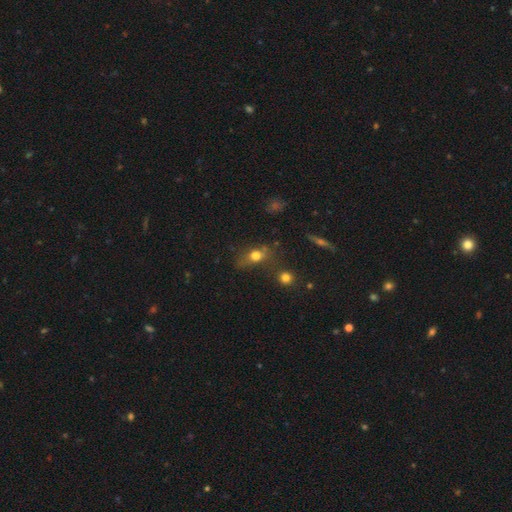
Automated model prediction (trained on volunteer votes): Smooth or featured?
  - smooth: 68% *
  - featured or disk: 16%
  - star or artifact: 15%
How rounded?
  - in between: 54% *
  - round: 37%
  - cigar-shaped: 9%
Merging?
  - none: 53% *
  - minor disturbance: 21%
  - major disturbance: 13%
  - merger: 12%